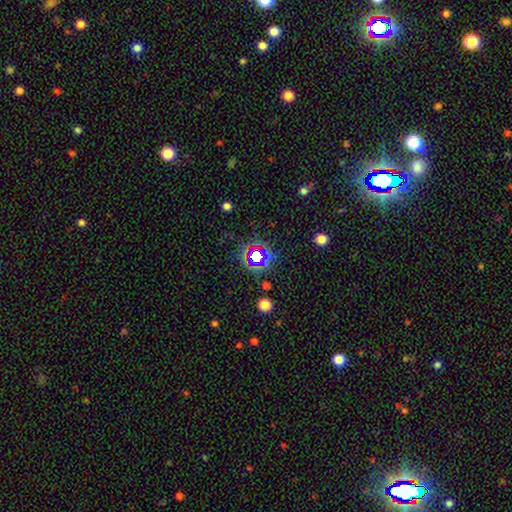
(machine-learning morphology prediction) type=star or artifact (67%).